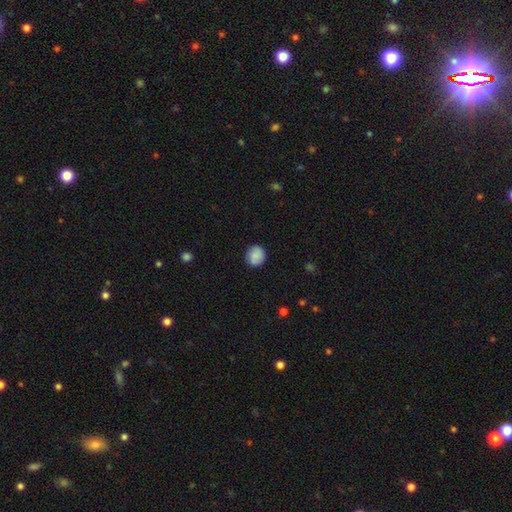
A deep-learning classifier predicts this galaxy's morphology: smooth-or-featured: smooth: 83% | featured or disk: 10% | star or artifact: 8%
  how-rounded: round: 83% | in between: 16% | cigar-shaped: 1%
  merging: none: 85% | minor disturbance: 11% | major disturbance: 3% | merger: 1%